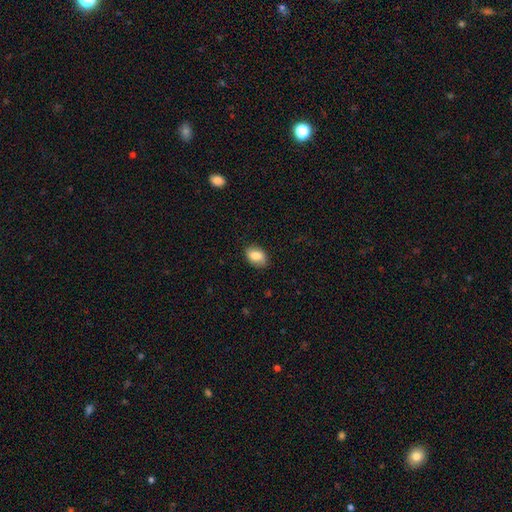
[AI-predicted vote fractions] Smooth or featured? smooth (81%)
How rounded? in between (81%)
Merging? none (83%)